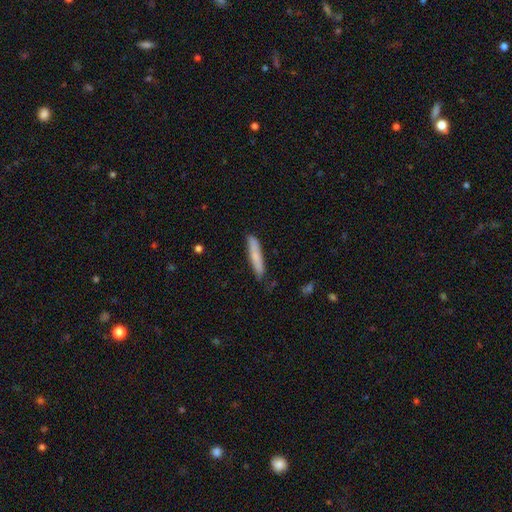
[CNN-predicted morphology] smooth 75%, featured or disk 19%, star or artifact 6%. Down the decision tree: how rounded — cigar-shaped (92%); merging — none (82%).